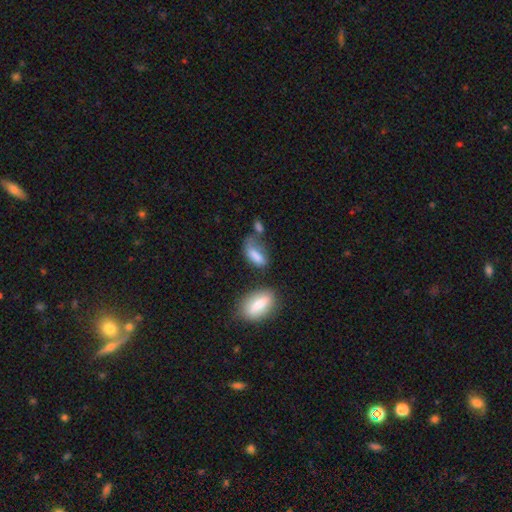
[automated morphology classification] Smooth or featured: smooth — 78% (featured or disk — 13%)
How rounded: in between — 77% (cigar-shaped — 19%)
Merging: none — 35% (minor disturbance — 27%)